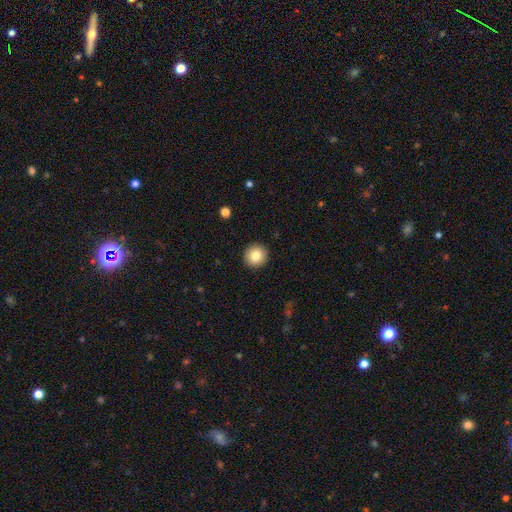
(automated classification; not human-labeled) Q: Smooth or featured?
A: smooth (82%); runner-up: star or artifact (9%)
Q: How rounded?
A: round (94%); runner-up: in between (5%)
Q: Merging?
A: none (92%); runner-up: minor disturbance (5%)